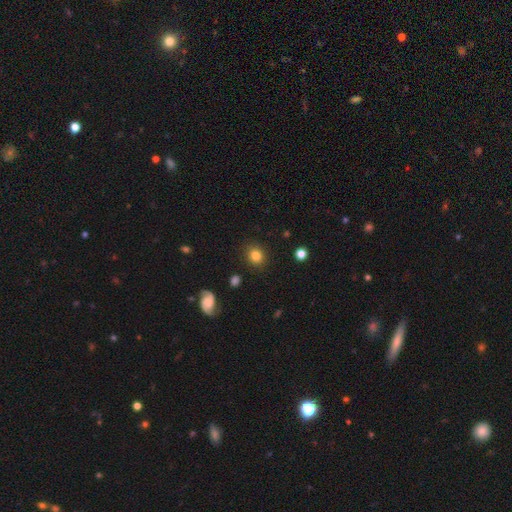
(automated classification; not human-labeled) Q: Smooth or featured?
A: smooth (82%); runner-up: star or artifact (10%)
Q: How rounded?
A: round (73%); runner-up: in between (26%)
Q: Merging?
A: none (87%); runner-up: minor disturbance (8%)